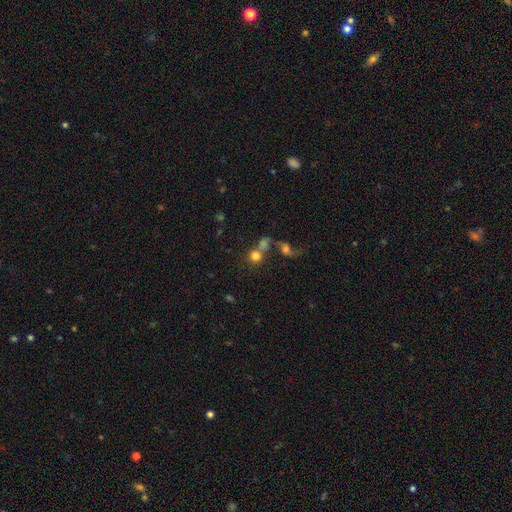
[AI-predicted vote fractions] Morphology: type=smooth (72%); roundness=round (88%); merging=none (43%).